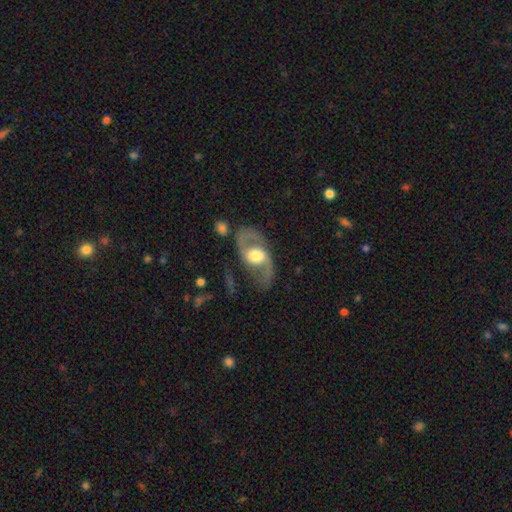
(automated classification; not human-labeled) Smooth or featured: featured or disk — 84% (smooth — 12%)
Edge-on disk: no — 95% (yes — 5%)
Bar: no — 51% (weak — 35%)
Spiral arms: yes — 87% (no — 13%)
Spiral winding: medium — 46% (loose — 43%)
Spiral arm count: 2 — 91% (can't tell — 3%)
Bulge size: moderate — 53% (large — 36%)
Merging: none — 71% (minor disturbance — 15%)